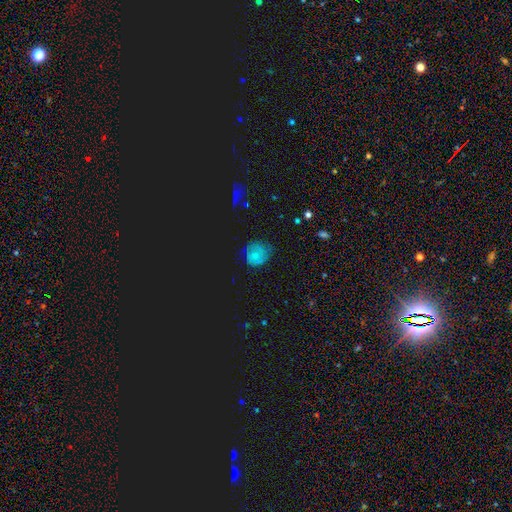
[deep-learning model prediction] Overall: smooth (47%; featured or disk 28%). Merging: none (60%; minor disturbance 28%).